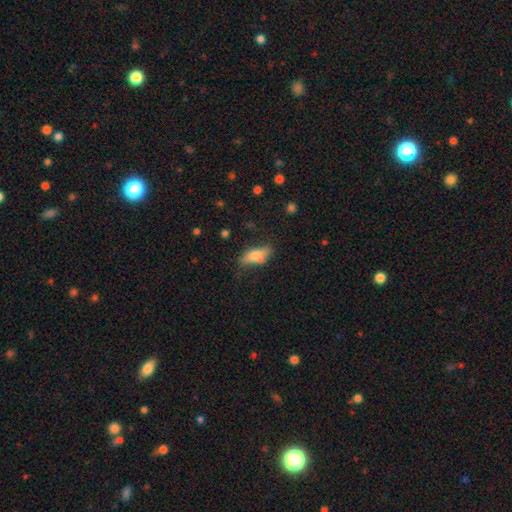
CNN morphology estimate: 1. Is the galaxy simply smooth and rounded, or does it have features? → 69% smooth, 23% featured or disk, 8% star or artifact.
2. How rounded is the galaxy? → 74% in between, 23% cigar-shaped, 4% round.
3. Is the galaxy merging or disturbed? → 53% none, 28% minor disturbance, 13% major disturbance, 7% merger.